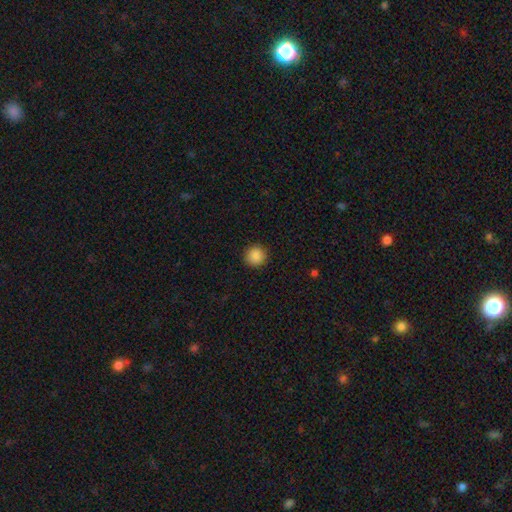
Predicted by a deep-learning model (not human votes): Smooth or featured? Predicted: smooth (p=0.88). How rounded? Predicted: round (p=0.94). Merging? Predicted: none (p=0.92).